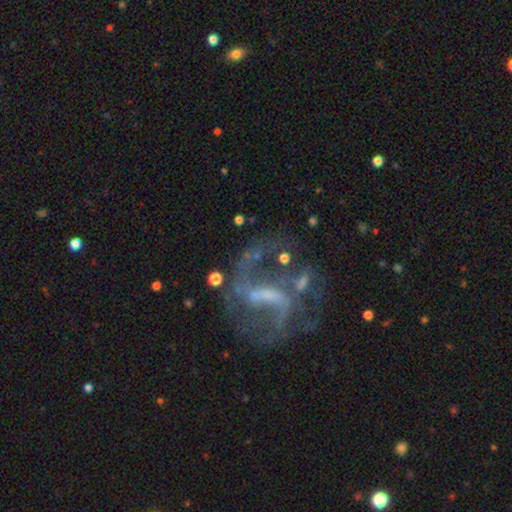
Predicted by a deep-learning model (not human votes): Overall: featured or disk (84%). Edge-on disk: no (97%). Bar: strong (44%; weak 41%). Spiral arms: yes (89%). Spiral arm count: 2 (80%). Spiral winding: loose (48%; medium 42%). Bulge size: small (41%; none 40%). Merging: none (56%; major disturbance 23%).